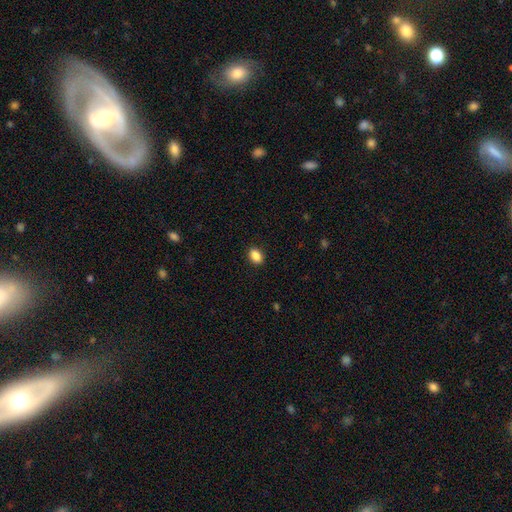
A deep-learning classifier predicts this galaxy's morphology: smooth-or-featured: smooth: 88% | star or artifact: 9% | featured or disk: 3%
  how-rounded: in between: 77% | round: 22% | cigar-shaped: 1%
  merging: none: 91% | minor disturbance: 7% | major disturbance: 2% | merger: 1%